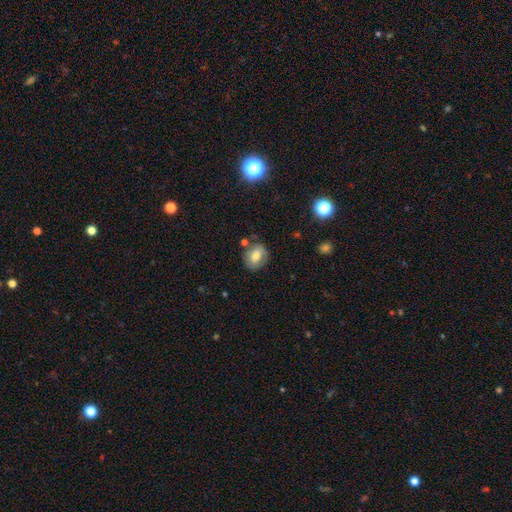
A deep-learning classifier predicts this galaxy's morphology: Smooth or featured? smooth (68%)
How rounded? round (56%)
Merging? none (74%)